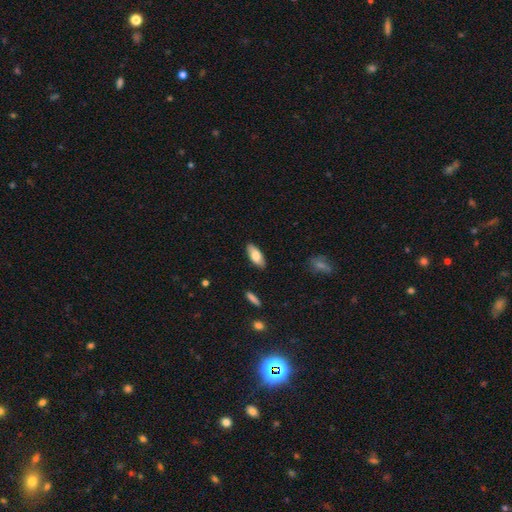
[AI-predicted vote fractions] Smooth or featured?
  - smooth: 77% *
  - featured or disk: 17%
  - star or artifact: 6%
How rounded?
  - in between: 77% *
  - cigar-shaped: 21%
  - round: 2%
Merging?
  - none: 87% *
  - minor disturbance: 10%
  - major disturbance: 2%
  - merger: 1%